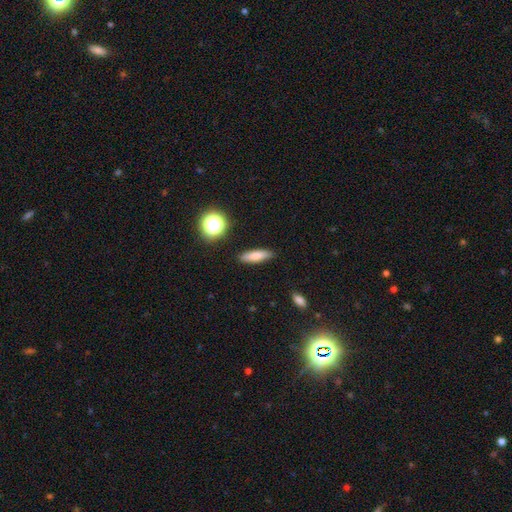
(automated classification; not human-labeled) Smooth or featured: smooth — 75% (featured or disk — 15%)
How rounded: cigar-shaped — 59% (in between — 37%)
Merging: none — 87% (minor disturbance — 9%)